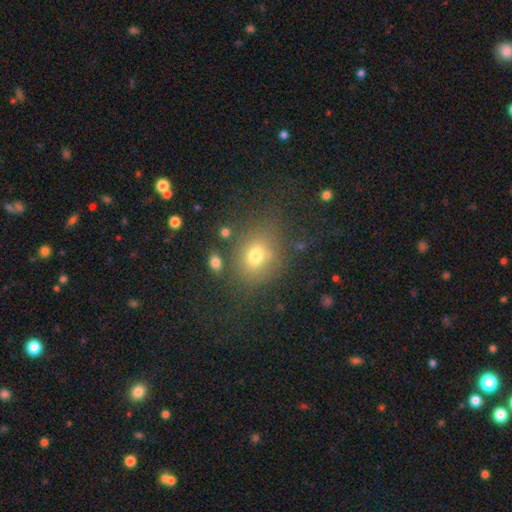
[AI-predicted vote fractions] A smooth galaxy with no disk features (71%) that is round (56%). Merging: none (68%).